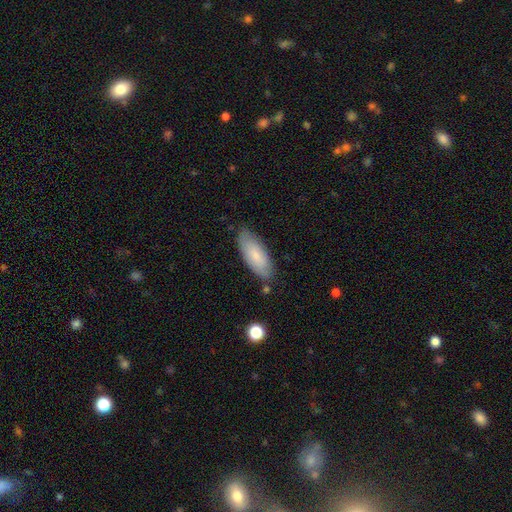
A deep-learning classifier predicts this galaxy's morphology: A smooth galaxy with no disk features (76%) that is in between round and cigar-shaped (76%).

Vote fractions:
- Smooth or featured? smooth: 76% / featured or disk: 18% / star or artifact: 6%
- How rounded? in between: 76% / cigar-shaped: 23% / round: 2%
- Merging? none: 78% / minor disturbance: 17% / major disturbance: 3% / merger: 3%